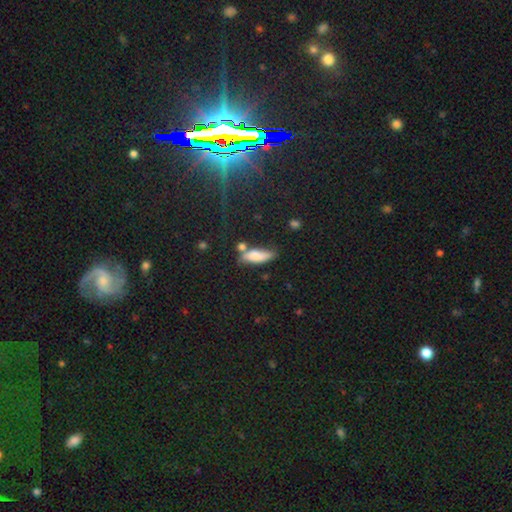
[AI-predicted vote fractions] A smooth galaxy with no disk features (74%) that is in between round and cigar-shaped (58%).

Vote fractions:
- Smooth or featured? smooth: 74% / featured or disk: 18% / star or artifact: 8%
- How rounded? in between: 58% / cigar-shaped: 39% / round: 3%
- Merging? none: 53% / minor disturbance: 24% / merger: 15% / major disturbance: 8%